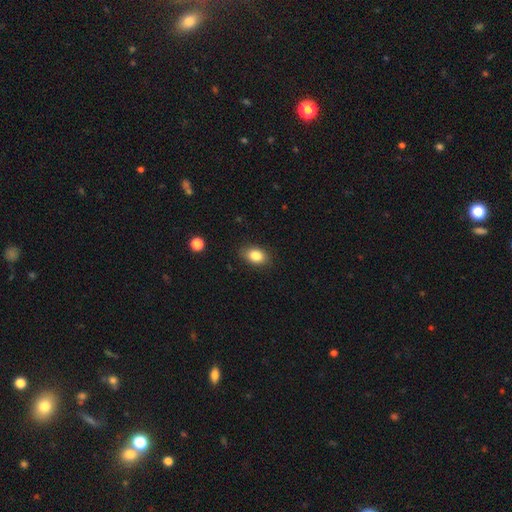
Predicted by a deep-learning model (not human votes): Smooth or featured? Predicted: smooth (p=0.84). How rounded? Predicted: in between (p=0.83). Merging? Predicted: none (p=0.86).